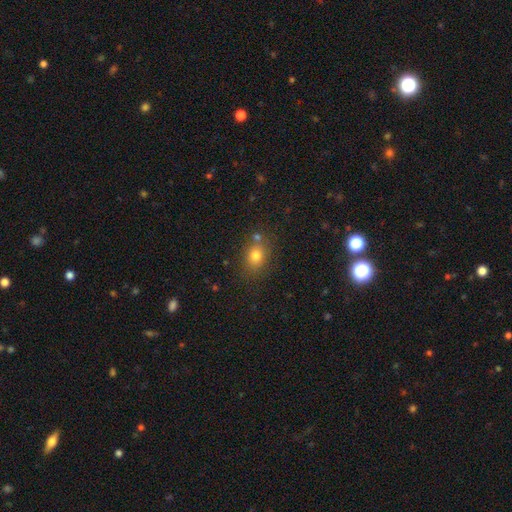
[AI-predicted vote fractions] Smooth or featured? Predicted: smooth (p=0.77). How rounded? Predicted: in between (p=0.52). Merging? Predicted: none (p=0.70).